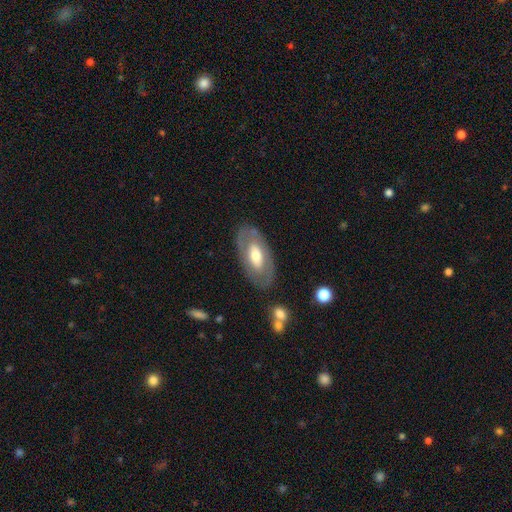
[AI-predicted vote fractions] This appears to be a featured or disk galaxy (53%). Merging: none (81%).